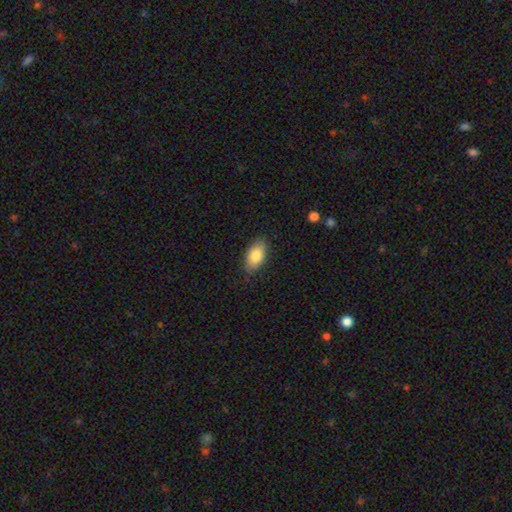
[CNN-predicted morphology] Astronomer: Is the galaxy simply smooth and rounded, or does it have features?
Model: smooth — 82%.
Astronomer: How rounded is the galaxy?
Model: in between — 91%.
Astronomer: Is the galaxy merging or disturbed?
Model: none — 85%.